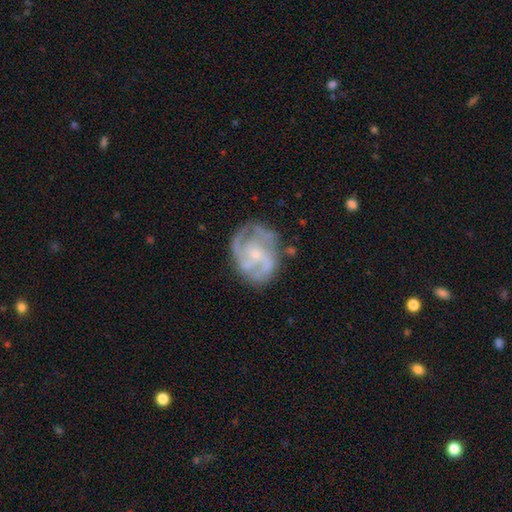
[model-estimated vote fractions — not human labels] Smooth or featured? Predicted: featured or disk (p=0.86). Edge-on disk? Predicted: no (p=0.98). Bar? Predicted: no (p=0.62). Spiral arms? Predicted: yes (p=0.95). Spiral winding? Predicted: medium (p=0.50). Spiral arm count? Predicted: 3 (p=0.42). Bulge size? Predicted: small (p=0.70). Merging? Predicted: none (p=0.68).